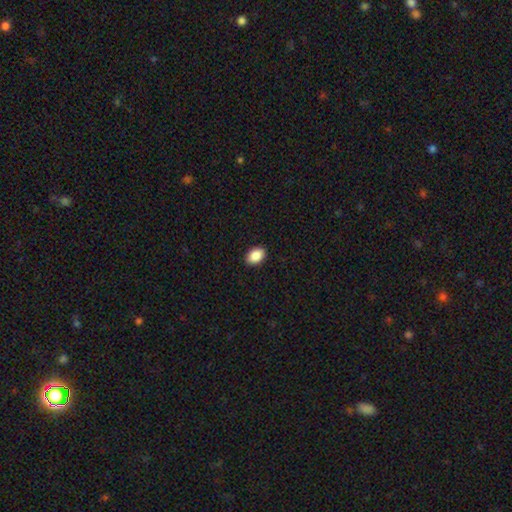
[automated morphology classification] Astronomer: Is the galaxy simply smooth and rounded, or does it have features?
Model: smooth — 89%.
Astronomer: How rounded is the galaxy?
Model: in between — 85%.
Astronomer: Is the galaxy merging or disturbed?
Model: none — 90%.